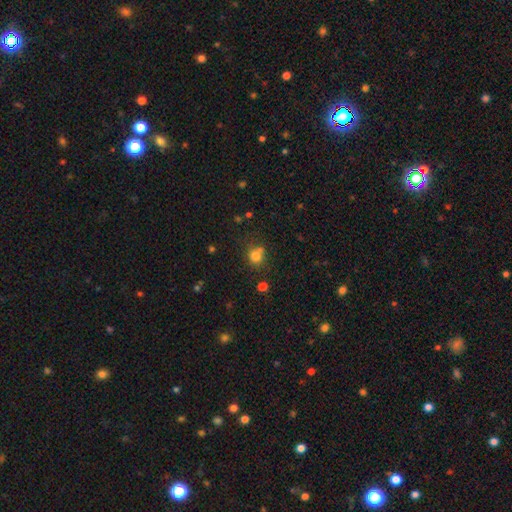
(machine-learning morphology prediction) A smooth galaxy with no disk features (77%) that is round (80%).

Vote fractions:
- Smooth or featured? smooth: 77% / star or artifact: 15% / featured or disk: 8%
- How rounded? round: 80% / in between: 19% / cigar-shaped: 1%
- Merging? none: 60% / merger: 21% / minor disturbance: 14% / major disturbance: 5%